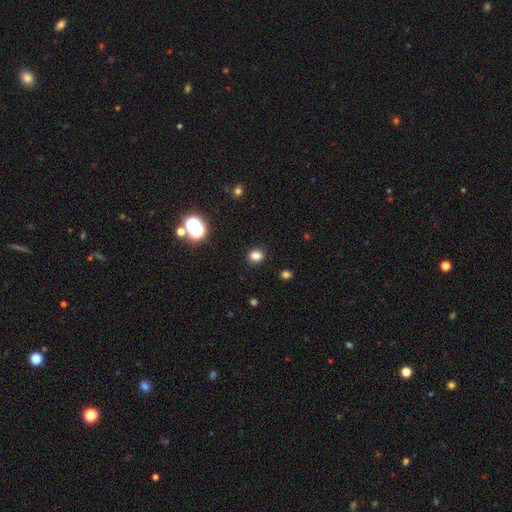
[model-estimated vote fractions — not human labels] Q: Smooth or featured?
A: smooth (81%); runner-up: star or artifact (14%)
Q: How rounded?
A: round (55%); runner-up: in between (44%)
Q: Merging?
A: none (88%); runner-up: minor disturbance (8%)